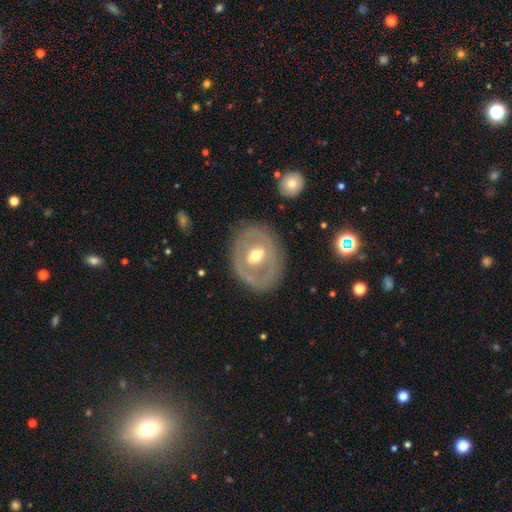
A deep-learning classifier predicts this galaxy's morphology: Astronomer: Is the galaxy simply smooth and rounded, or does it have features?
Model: featured or disk — 62%.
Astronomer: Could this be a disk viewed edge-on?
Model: no — 93%.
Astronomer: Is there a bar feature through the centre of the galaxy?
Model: no — 49% (runner-up: weak, 33%).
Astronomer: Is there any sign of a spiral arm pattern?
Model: no — 82%.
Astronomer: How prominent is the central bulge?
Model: moderate — 72%.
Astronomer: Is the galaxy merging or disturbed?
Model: none — 77%.